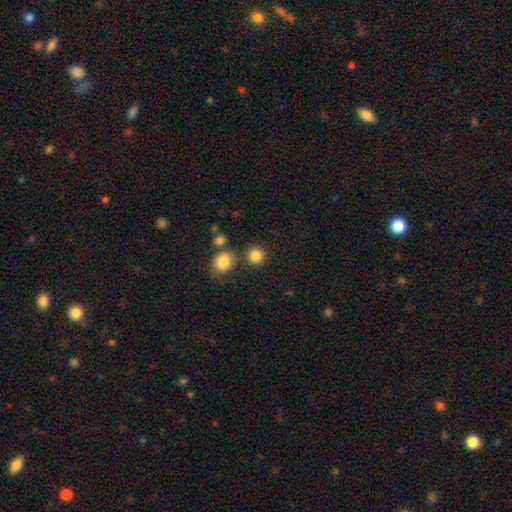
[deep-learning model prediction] This appears to be a smooth galaxy with no disk features (85%) that is round (90%). Merging: none (79%).